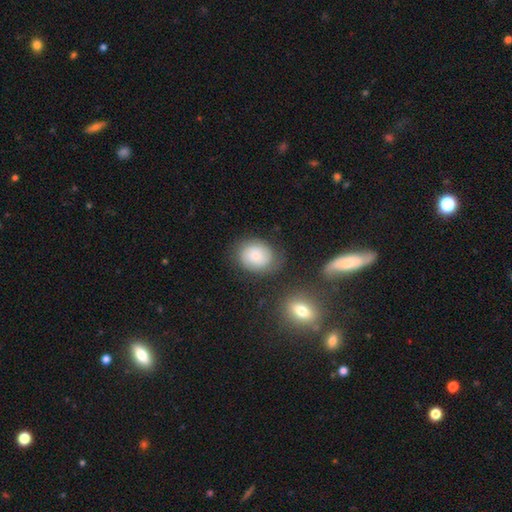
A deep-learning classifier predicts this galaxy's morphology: type=smooth (72%); roundness=round (52%); merging=none (71%).